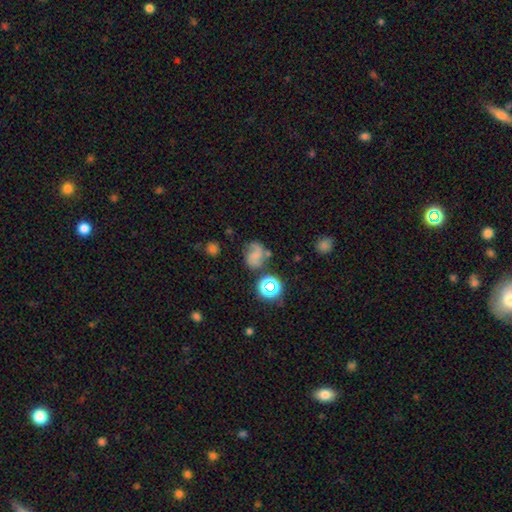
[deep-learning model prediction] Overall: smooth (43%; featured or disk 38%). Merging: none (48%; minor disturbance 26%).